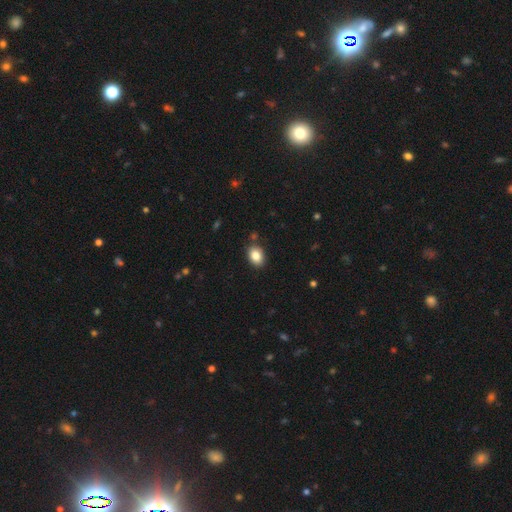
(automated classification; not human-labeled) This appears to be a smooth galaxy with no disk features (85%) that is in between round and cigar-shaped (77%). Merging: none (85%).